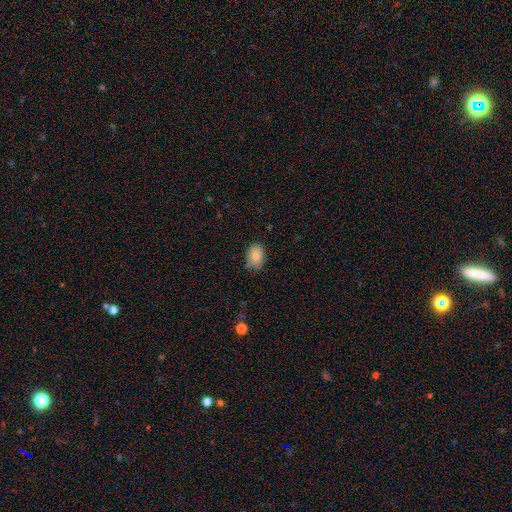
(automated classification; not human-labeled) smooth-or-featured: smooth: 86% | star or artifact: 8% | featured or disk: 6%
  how-rounded: in between: 80% | round: 19% | cigar-shaped: 1%
  merging: none: 73% | minor disturbance: 22% | major disturbance: 4% | merger: 1%